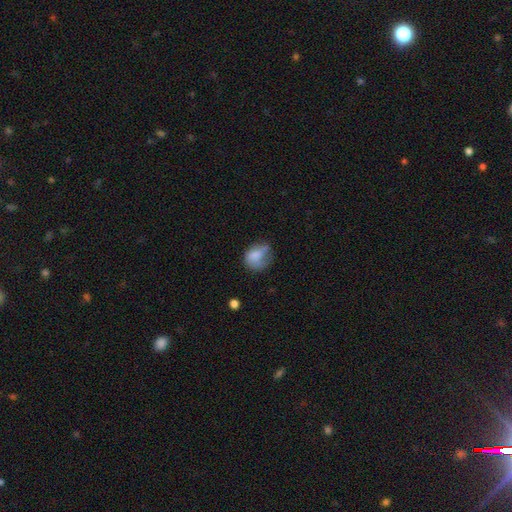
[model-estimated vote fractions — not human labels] This appears to be a smooth galaxy with no disk features (68%) that is round (52%). Merging: none (38%).